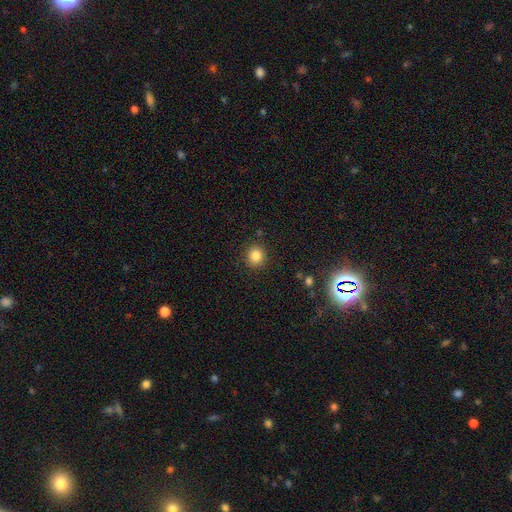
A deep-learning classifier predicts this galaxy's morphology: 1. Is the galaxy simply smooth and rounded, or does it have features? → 84% smooth, 11% star or artifact, 5% featured or disk.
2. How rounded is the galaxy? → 86% round, 13% in between, 1% cigar-shaped.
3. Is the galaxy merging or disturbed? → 89% none, 7% minor disturbance, 3% major disturbance, 2% merger.